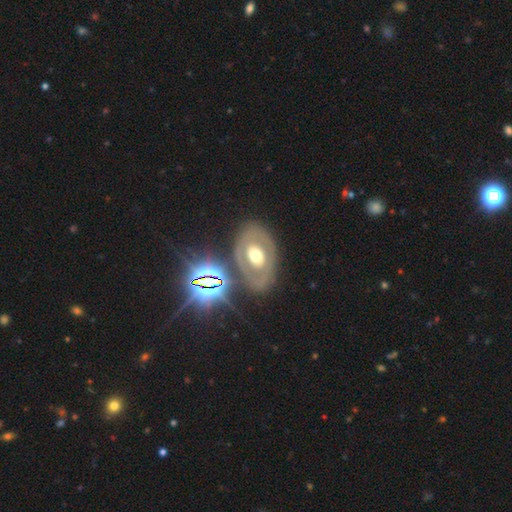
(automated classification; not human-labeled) Overall: featured or disk (60%; smooth 28%). Edge-on disk: no (92%). Bar: no (73%). Spiral arms: no (75%). Bulge size: moderate (69%). Merging: none (75%).